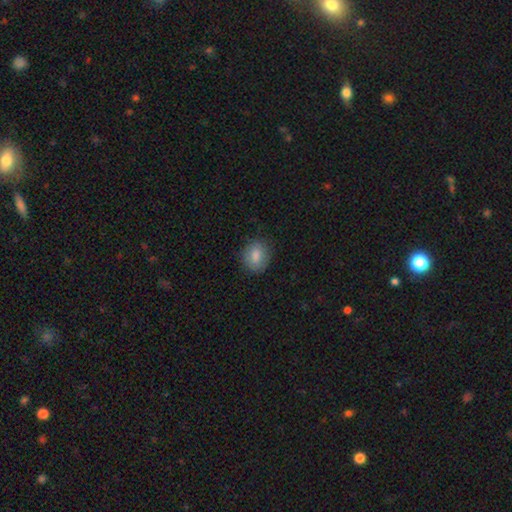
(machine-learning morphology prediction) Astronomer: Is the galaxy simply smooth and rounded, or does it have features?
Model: smooth — 83%.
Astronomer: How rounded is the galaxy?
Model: round — 59% (runner-up: in between, 40%).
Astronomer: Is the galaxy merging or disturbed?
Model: none — 82%.